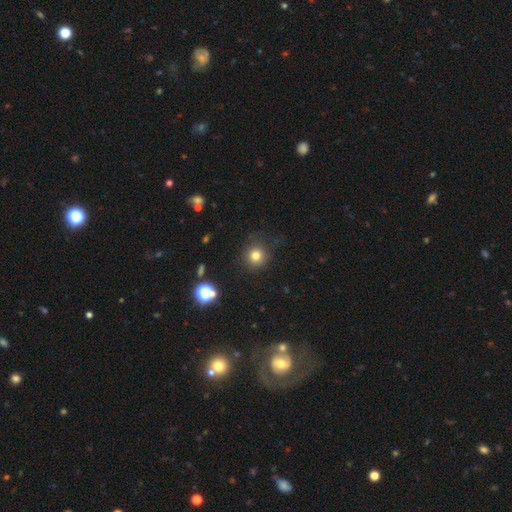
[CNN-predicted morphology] type=smooth (77%); roundness=round (93%); merging=none (80%).